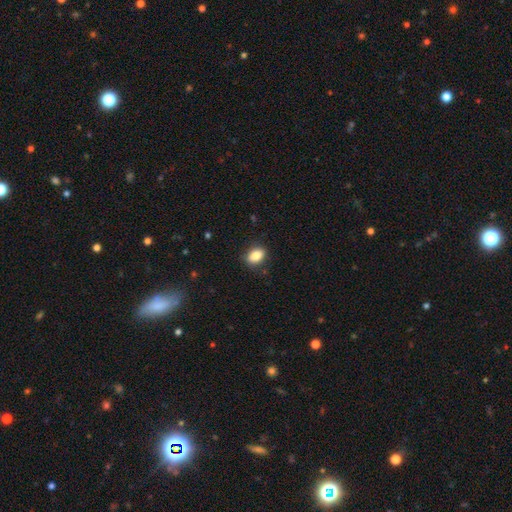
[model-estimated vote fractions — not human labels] smooth-or-featured: smooth: 85% | star or artifact: 8% | featured or disk: 7%
  how-rounded: in between: 80% | round: 18% | cigar-shaped: 2%
  merging: none: 86% | minor disturbance: 11% | major disturbance: 3% | merger: 1%